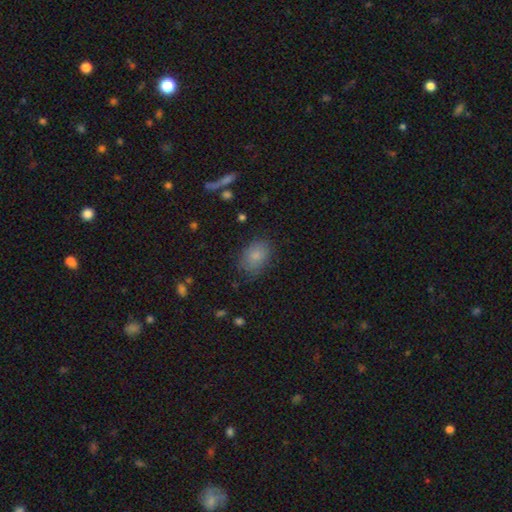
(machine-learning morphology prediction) Smooth or featured? smooth (83%)
How rounded? in between (78%)
Merging? none (78%)